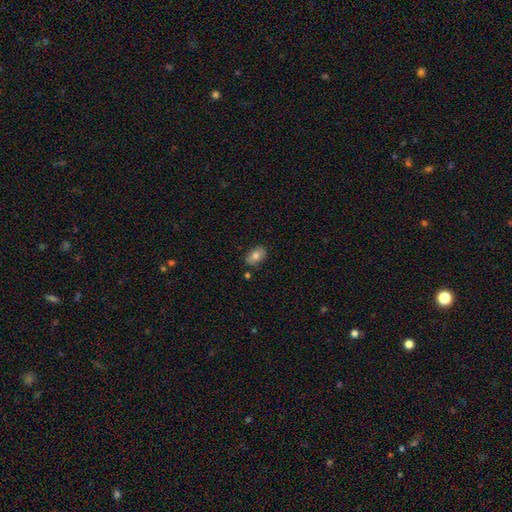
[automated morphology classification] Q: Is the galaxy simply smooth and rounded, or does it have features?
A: smooth — 77%.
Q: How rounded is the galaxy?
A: in between — 88%.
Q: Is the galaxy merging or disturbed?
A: none — 81%.